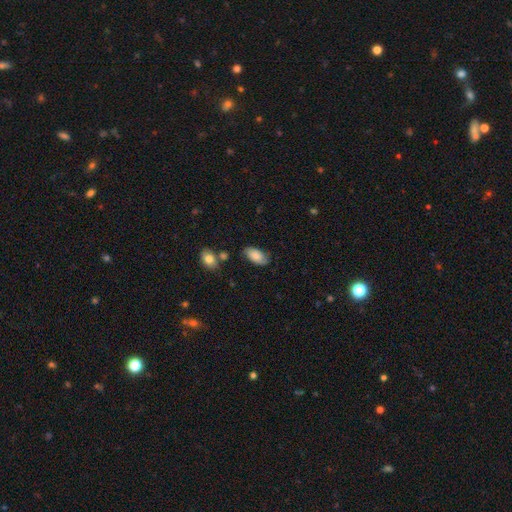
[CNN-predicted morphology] A smooth galaxy with no disk features (69%) that is in between round and cigar-shaped (94%). Merging: none (71%).